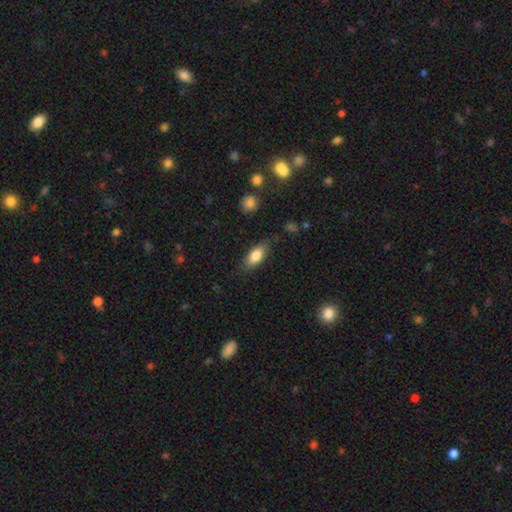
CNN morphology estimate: This is clearly a smooth galaxy (81%). How rounded: clearly in between (84%). Merging: likely none (74%).